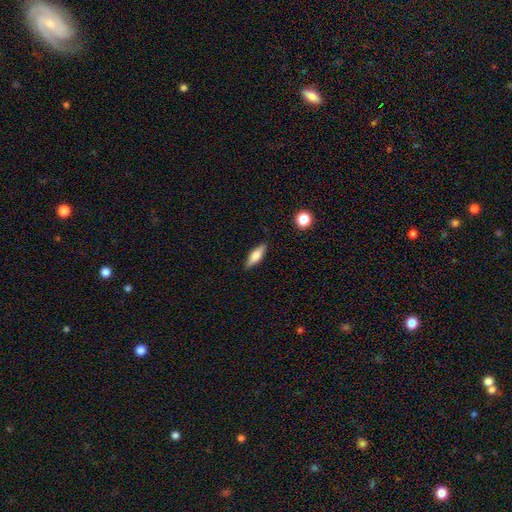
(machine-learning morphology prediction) Smooth or featured?
  - smooth: 57% *
  - featured or disk: 36%
  - star or artifact: 7%
How rounded?
  - cigar-shaped: 54% *
  - in between: 44%
  - round: 3%
Merging?
  - none: 88% *
  - minor disturbance: 9%
  - major disturbance: 2%
  - merger: 1%